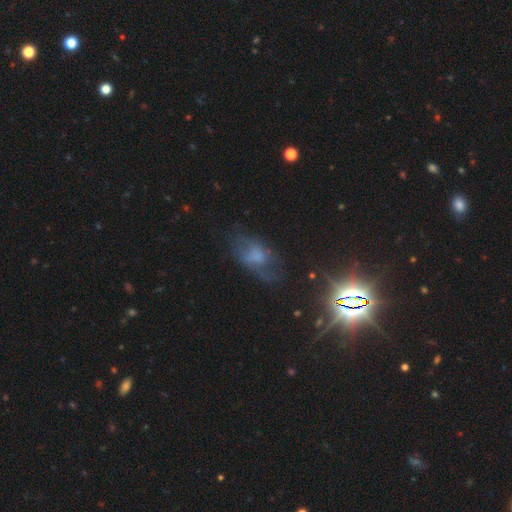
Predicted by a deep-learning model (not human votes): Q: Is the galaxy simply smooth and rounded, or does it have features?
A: smooth — 40%.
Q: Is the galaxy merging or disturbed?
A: none — 47%.